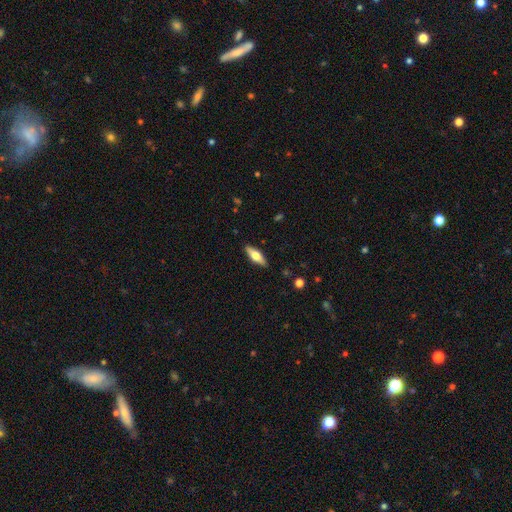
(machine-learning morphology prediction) Q: Smooth or featured?
A: smooth (52%); runner-up: featured or disk (43%)
Q: How rounded?
A: in between (56%); runner-up: cigar-shaped (42%)
Q: Merging?
A: none (88%); runner-up: minor disturbance (9%)